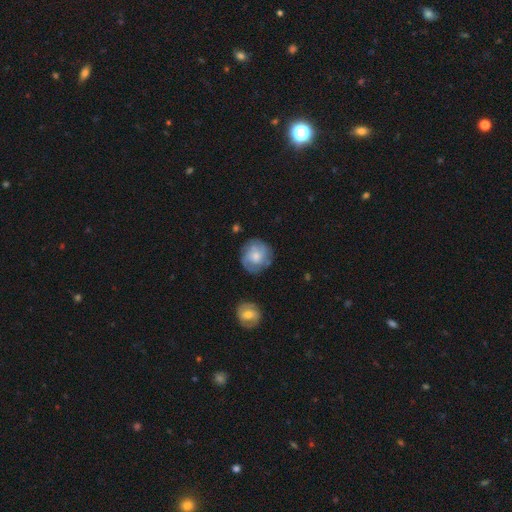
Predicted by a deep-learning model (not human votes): The model was most divided on "smooth or featured": featured or disk: 50%, smooth: 42%, star or artifact: 7%. More confident: edge-on disk — no (97%); merging — none (75%).